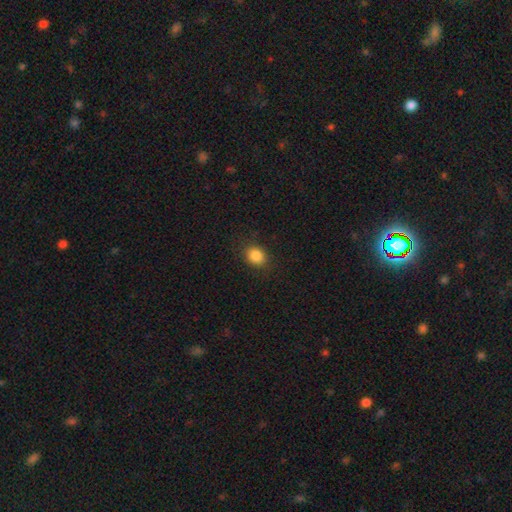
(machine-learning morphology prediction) smooth_or_featured: smooth (p=0.86) [alt: star or artifact p=0.10]
how_rounded: round (p=0.60) [alt: in between p=0.39]
merging: none (p=0.88) [alt: minor disturbance p=0.09]